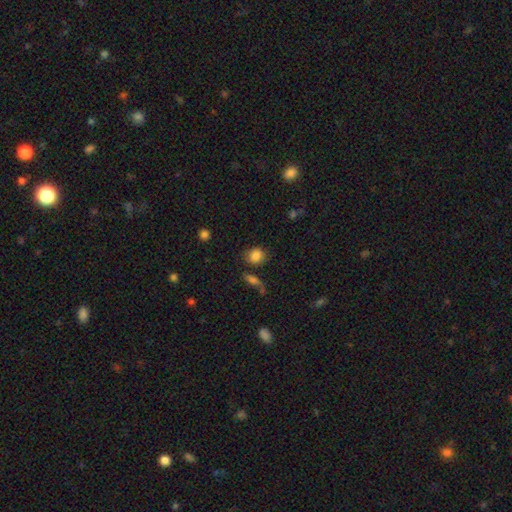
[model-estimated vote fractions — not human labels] smooth 84%, star or artifact 10%, featured or disk 6%. Down the decision tree: how rounded — round (60%); merging — none (69%).